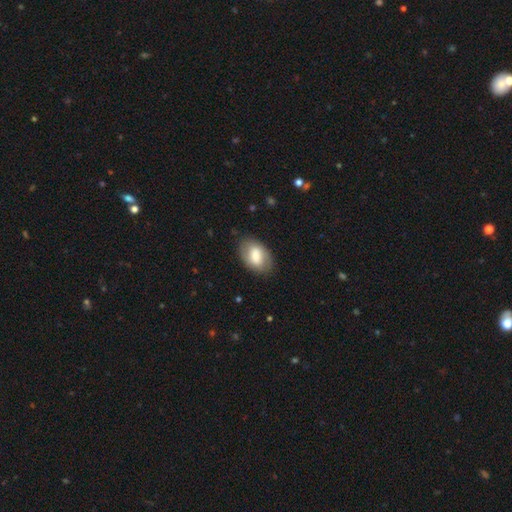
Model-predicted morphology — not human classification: Smooth or featured? smooth (69%)
How rounded? in between (90%)
Merging? none (82%)